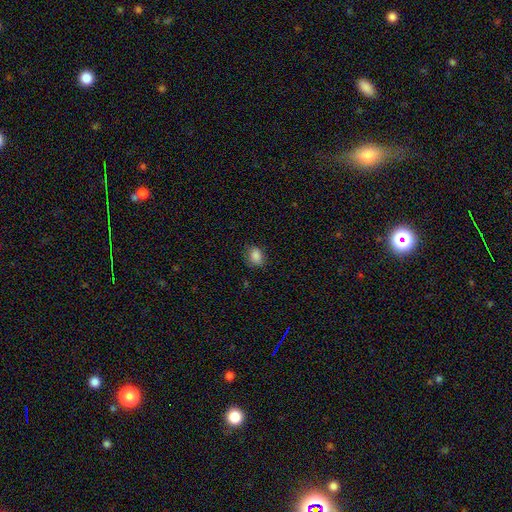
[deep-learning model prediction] A smooth galaxy with no disk features (86%) that is in between round and cigar-shaped (63%).

Vote fractions:
- Smooth or featured? smooth: 86% / star or artifact: 9% / featured or disk: 5%
- How rounded? in between: 63% / round: 36% / cigar-shaped: 1%
- Merging? none: 75% / minor disturbance: 19% / major disturbance: 5% / merger: 1%